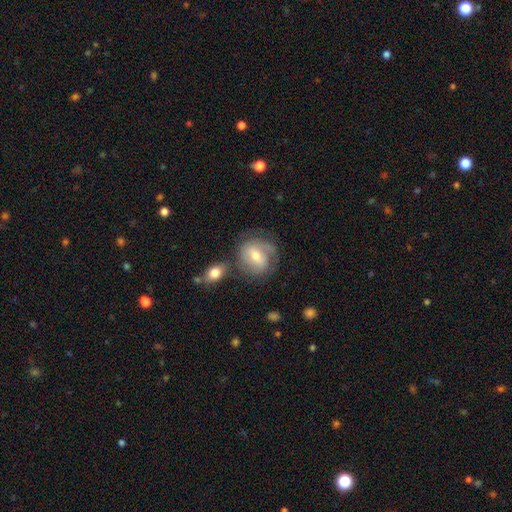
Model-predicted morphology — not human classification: A featured or disk galaxy (55%) with a weak bar (49%), spiral arms (76%) and a moderate central bulge (61%). Merging: none (58%).